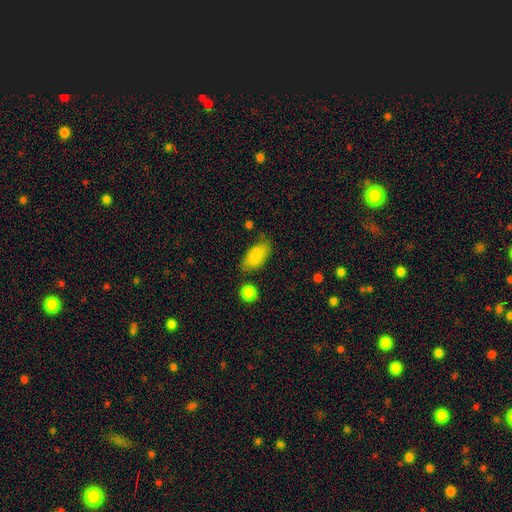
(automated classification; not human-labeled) A smooth galaxy with no disk features (86%) that is in between round and cigar-shaped (91%). Merging: none (69%).